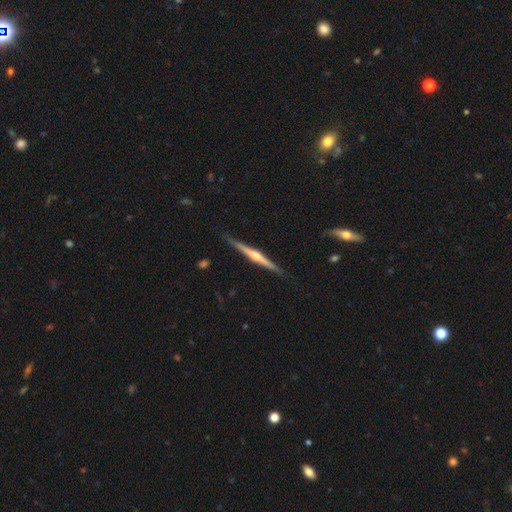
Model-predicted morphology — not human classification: Smooth or featured? Predicted: featured or disk (p=0.81). Edge-on disk? Predicted: yes (p=0.98). Edge-on bulge? Predicted: rounded (p=0.88). Merging? Predicted: none (p=0.88).